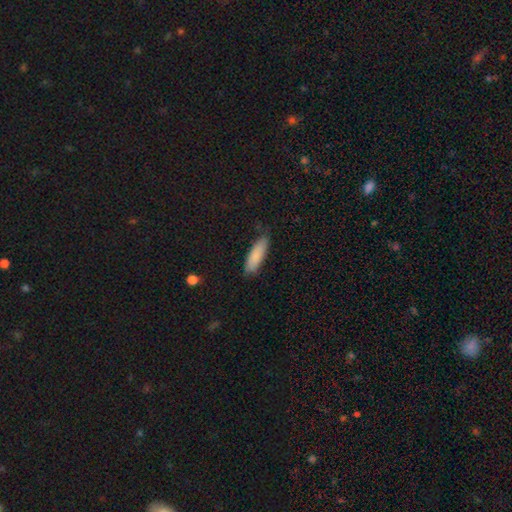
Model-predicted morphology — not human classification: Smooth or featured? smooth (86%)
How rounded? cigar-shaped (52%)
Merging? none (76%)